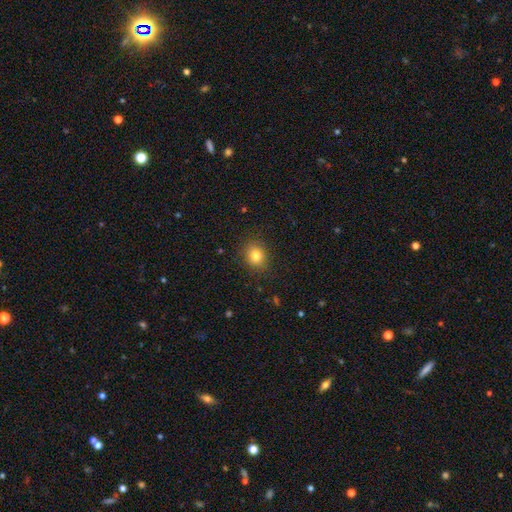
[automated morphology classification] A smooth galaxy with no disk features (81%) that is round (68%). Merging: none (87%).